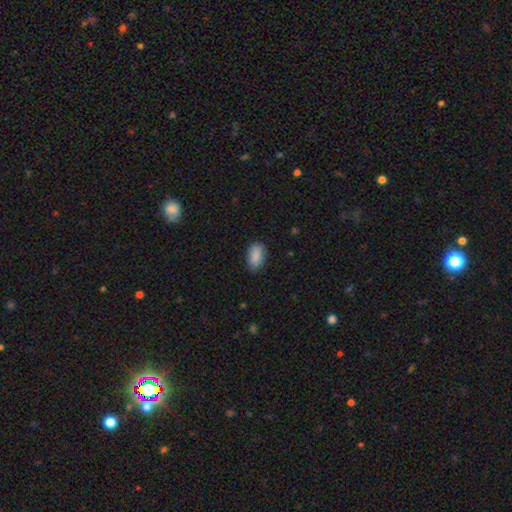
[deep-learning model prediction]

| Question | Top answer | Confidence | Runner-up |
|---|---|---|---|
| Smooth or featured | smooth | 89% | star or artifact (7%) |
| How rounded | in between | 92% | round (4%) |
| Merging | none | 84% | minor disturbance (12%) |